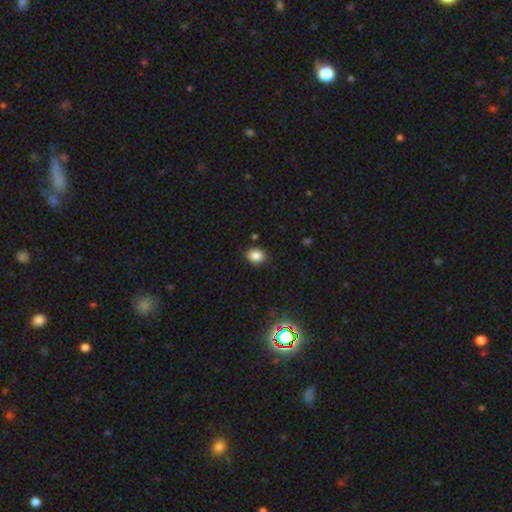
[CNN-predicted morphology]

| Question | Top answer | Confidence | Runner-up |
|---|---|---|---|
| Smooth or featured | smooth | 84% | star or artifact (10%) |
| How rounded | in between | 62% | round (37%) |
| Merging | none | 87% | minor disturbance (9%) |